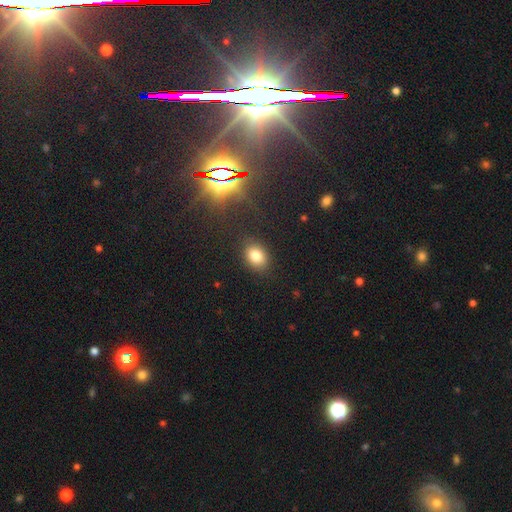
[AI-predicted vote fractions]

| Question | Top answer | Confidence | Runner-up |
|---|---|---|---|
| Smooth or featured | smooth | 79% | star or artifact (13%) |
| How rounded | in between | 63% | round (36%) |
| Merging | none | 85% | minor disturbance (10%) |